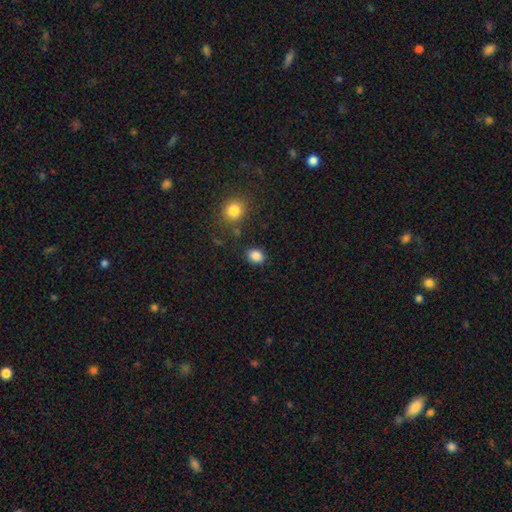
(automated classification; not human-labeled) Smooth or featured: smooth — 87% (star or artifact — 10%)
How rounded: in between — 52% (round — 47%)
Merging: none — 83% (minor disturbance — 10%)